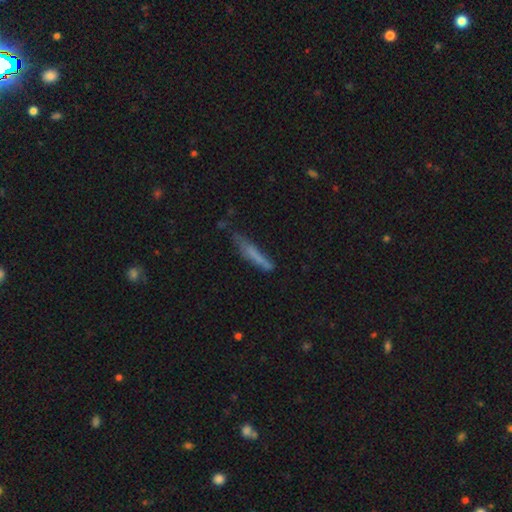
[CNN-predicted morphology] smooth 61%, featured or disk 29%, star or artifact 10%. Down the decision tree: how rounded — cigar-shaped (91%); merging — none (55%).